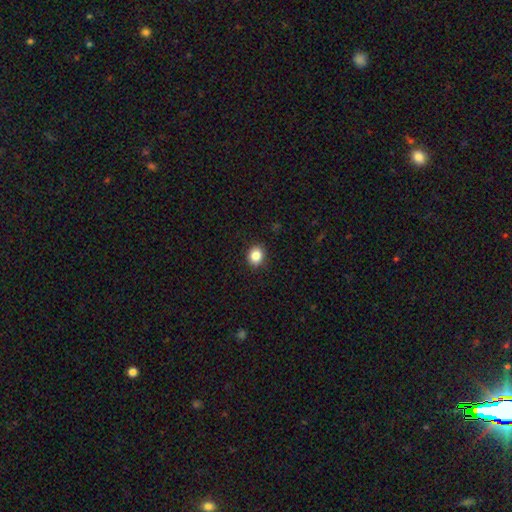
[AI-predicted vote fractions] Smooth or featured: smooth — 86% (star or artifact — 10%)
How rounded: round — 67% (in between — 32%)
Merging: none — 90% (minor disturbance — 7%)